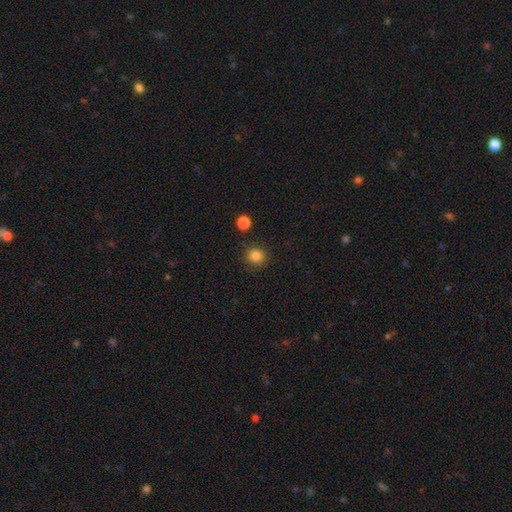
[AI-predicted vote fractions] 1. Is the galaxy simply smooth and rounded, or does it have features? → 85% smooth, 11% star or artifact, 4% featured or disk.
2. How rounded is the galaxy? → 89% round, 11% in between, 1% cigar-shaped.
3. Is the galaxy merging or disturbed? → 87% none, 8% minor disturbance, 3% merger, 3% major disturbance.